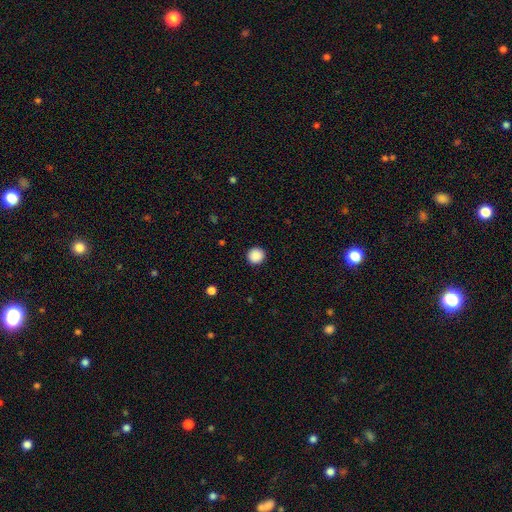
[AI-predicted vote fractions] A smooth galaxy with no disk features (89%) that is round (93%).

Vote fractions:
- Smooth or featured? smooth: 89% / star or artifact: 9% / featured or disk: 2%
- How rounded? round: 93% / in between: 6% / cigar-shaped: 1%
- Merging? none: 92% / minor disturbance: 5% / major disturbance: 2% / merger: 1%